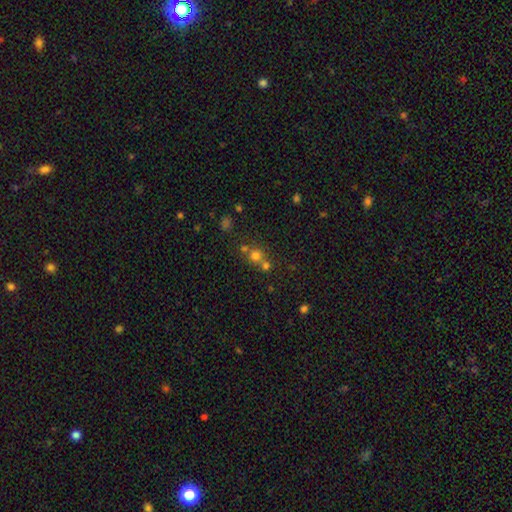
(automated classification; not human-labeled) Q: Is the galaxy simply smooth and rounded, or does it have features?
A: smooth — 69%.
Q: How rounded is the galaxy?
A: round — 88%.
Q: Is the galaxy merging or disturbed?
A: none — 52%.